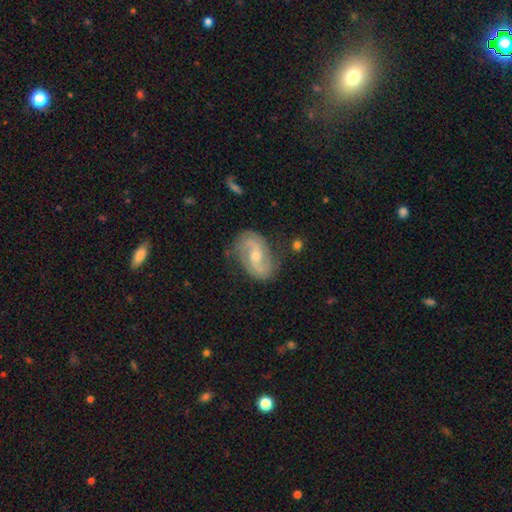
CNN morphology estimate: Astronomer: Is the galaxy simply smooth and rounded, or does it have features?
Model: featured or disk — 84%.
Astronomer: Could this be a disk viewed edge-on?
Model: no — 97%.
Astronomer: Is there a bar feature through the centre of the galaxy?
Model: weak — 46% (runner-up: no, 38%).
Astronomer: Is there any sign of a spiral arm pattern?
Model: yes — 95%.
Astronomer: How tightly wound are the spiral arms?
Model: medium — 45% (runner-up: loose, 33%).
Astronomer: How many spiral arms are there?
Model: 2 — 88%.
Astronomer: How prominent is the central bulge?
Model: moderate — 51% (runner-up: small, 45%).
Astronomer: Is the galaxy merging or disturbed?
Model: none — 78%.